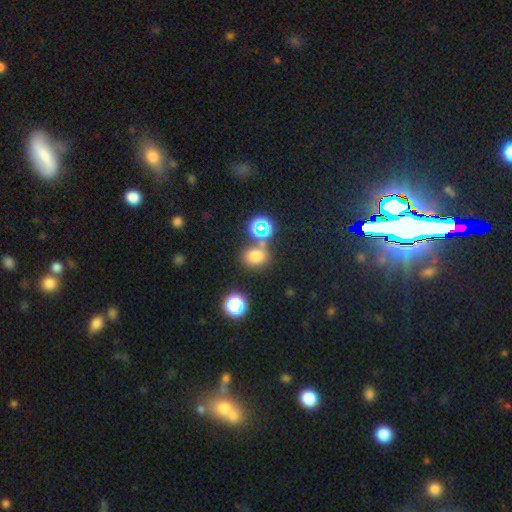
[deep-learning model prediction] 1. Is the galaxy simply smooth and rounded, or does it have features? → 69% smooth, 23% star or artifact, 8% featured or disk.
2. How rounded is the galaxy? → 62% round, 37% in between, 1% cigar-shaped.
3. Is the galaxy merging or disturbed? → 67% none, 17% merger, 11% minor disturbance, 4% major disturbance.